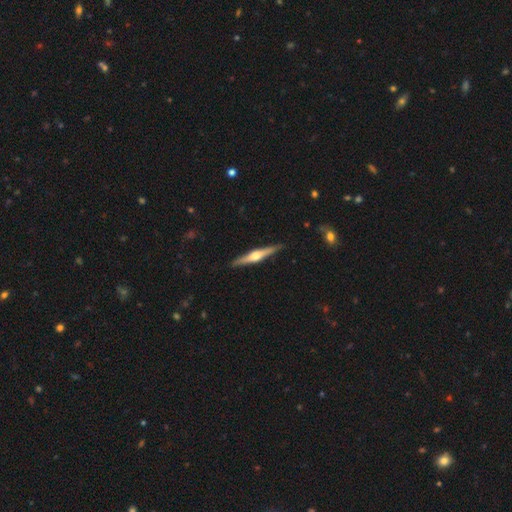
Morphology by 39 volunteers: Volunteers were most divided on "smooth or featured": featured or disk: 77%, smooth: 18%, star or artifact: 5%. More confident: edge-on disk — yes (100%); merging — none (97%); edge-on bulge — rounded (93%).